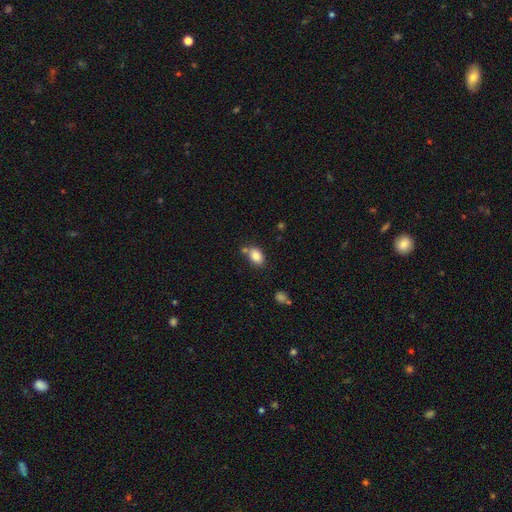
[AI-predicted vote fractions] A smooth galaxy with no disk features (85%) that is in between round and cigar-shaped (83%). Merging: none (68%).